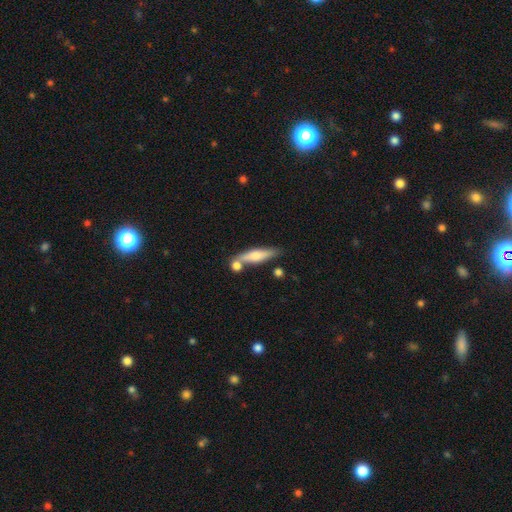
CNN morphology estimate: Smooth or featured: smooth — 54% (featured or disk — 40%)
How rounded: cigar-shaped — 74% (in between — 23%)
Merging: none — 64% (merger — 19%)